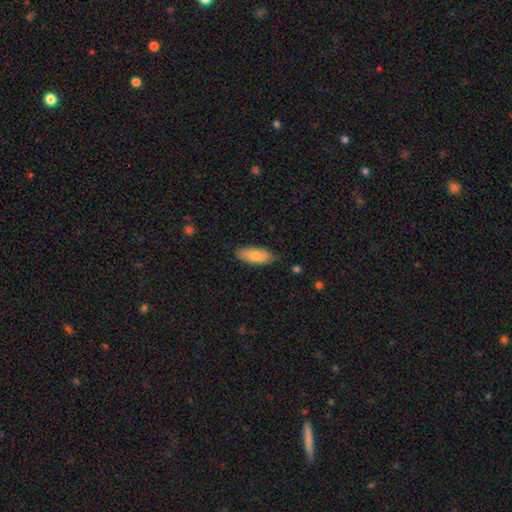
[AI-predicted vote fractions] A smooth galaxy with no disk features (82%) that is in between round and cigar-shaped (79%).

Vote fractions:
- Smooth or featured? smooth: 82% / featured or disk: 12% / star or artifact: 6%
- How rounded? in between: 79% / cigar-shaped: 19% / round: 2%
- Merging? none: 78% / minor disturbance: 18% / major disturbance: 3% / merger: 1%